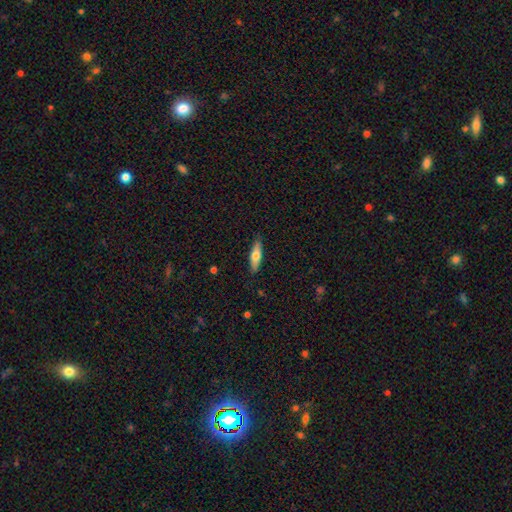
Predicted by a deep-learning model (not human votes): The model was most divided on "how rounded": cigar-shaped: 58%, in between: 40%, round: 2%. More confident: merging — none (87%); smooth or featured — smooth (64%).